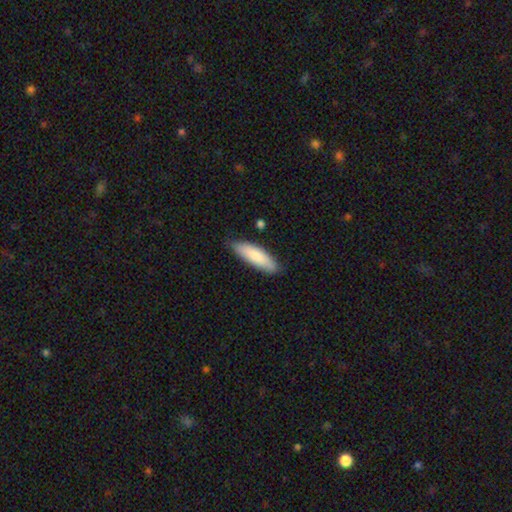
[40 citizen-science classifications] smooth-or-featured: smooth: 92% | featured or disk: 5% | star or artifact: 2%
  how-rounded: cigar-shaped: 59% | in between: 38% | round: 3%
  merging: none: 72% | minor disturbance: 21% | major disturbance: 5% | merger: 3%